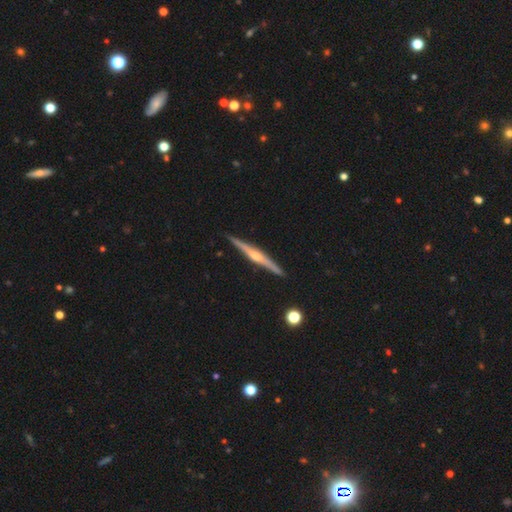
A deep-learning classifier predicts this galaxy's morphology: featured or disk 83%, smooth 12%, star or artifact 5%. Down the decision tree: edge-on disk — yes (98%); edge-on bulge — rounded (88%); merging — none (91%).